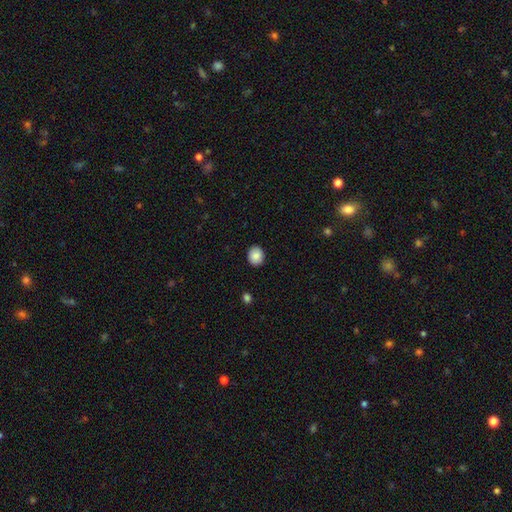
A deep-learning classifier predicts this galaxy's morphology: Smooth or featured? smooth (88%)
How rounded? round (65%)
Merging? none (90%)